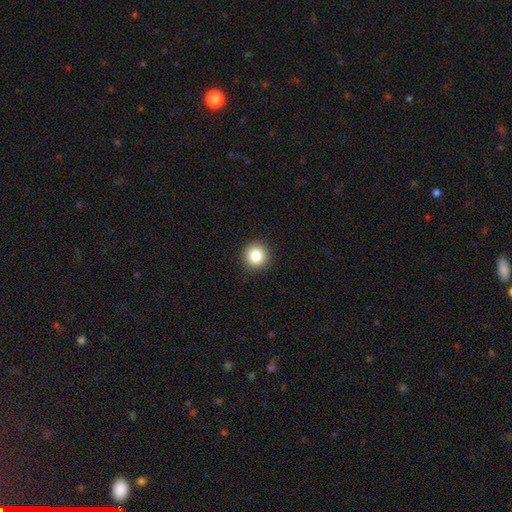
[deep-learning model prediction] Smooth or featured? smooth (84%)
How rounded? round (95%)
Merging? none (92%)